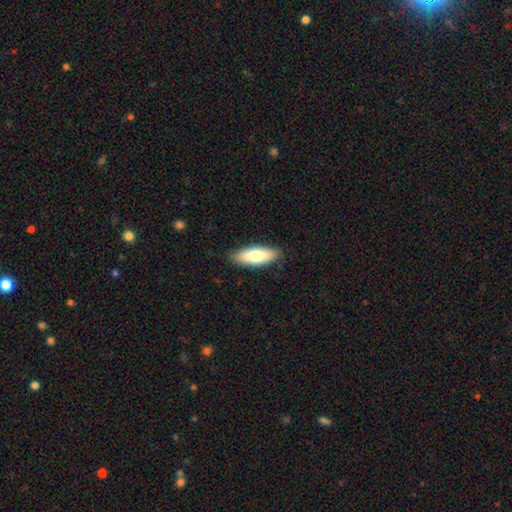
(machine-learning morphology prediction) Smooth or featured?
  - smooth: 74% *
  - featured or disk: 20%
  - star or artifact: 6%
How rounded?
  - in between: 63% *
  - cigar-shaped: 35%
  - round: 2%
Merging?
  - none: 88% *
  - minor disturbance: 9%
  - major disturbance: 2%
  - merger: 1%